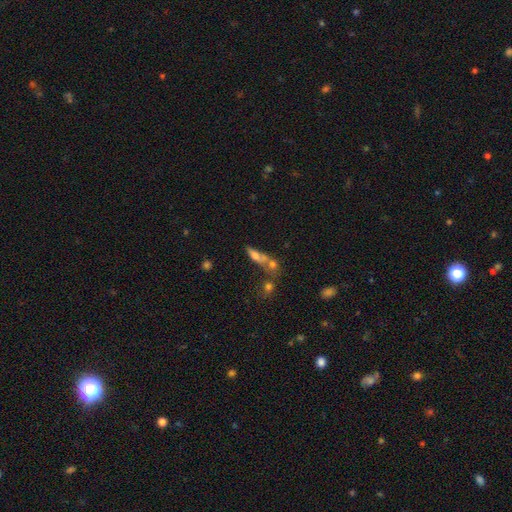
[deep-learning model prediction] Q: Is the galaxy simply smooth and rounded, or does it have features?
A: smooth — 57%.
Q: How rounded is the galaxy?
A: in between — 50%.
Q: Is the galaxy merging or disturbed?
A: merger — 50%.